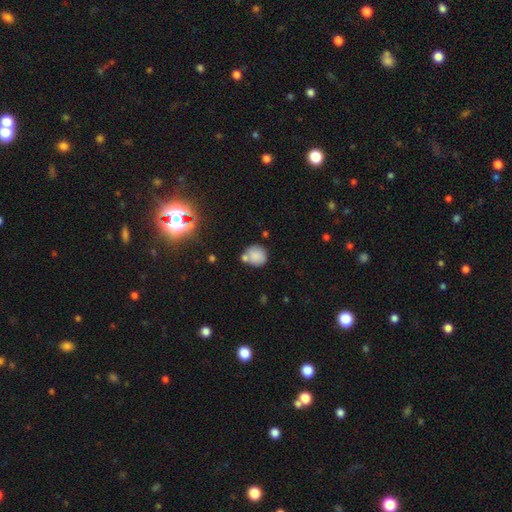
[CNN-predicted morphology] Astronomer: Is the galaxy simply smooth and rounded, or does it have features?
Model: smooth — 80%.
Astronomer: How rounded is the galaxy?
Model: round — 81%.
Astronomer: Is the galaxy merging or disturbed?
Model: none — 55%.